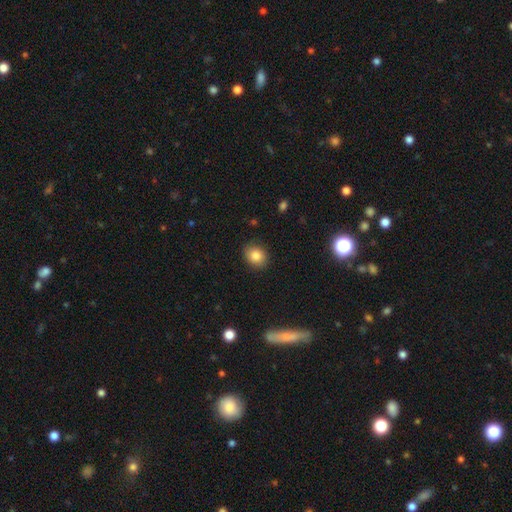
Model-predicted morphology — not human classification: Smooth or featured? smooth (83%)
How rounded? round (64%)
Merging? none (86%)